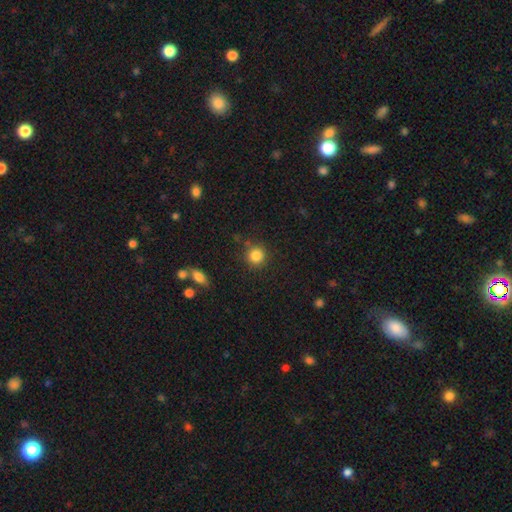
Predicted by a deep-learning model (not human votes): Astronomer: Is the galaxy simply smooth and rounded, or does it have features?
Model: smooth — 84%.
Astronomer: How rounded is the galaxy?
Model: round — 92%.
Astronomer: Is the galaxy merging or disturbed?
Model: none — 83%.